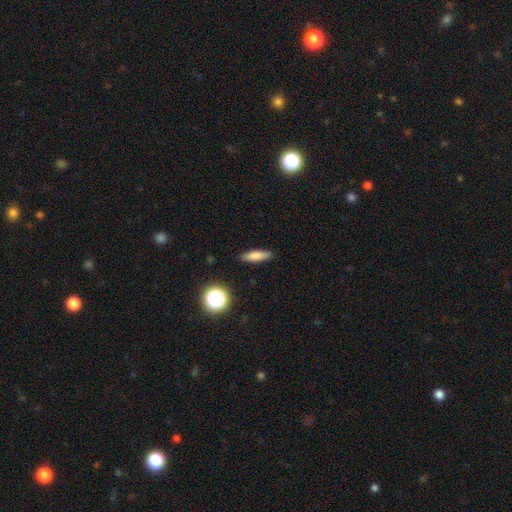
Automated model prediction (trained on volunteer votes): Overall: smooth (77%). How rounded: cigar-shaped (61%; in between 35%). Merging: none (87%).